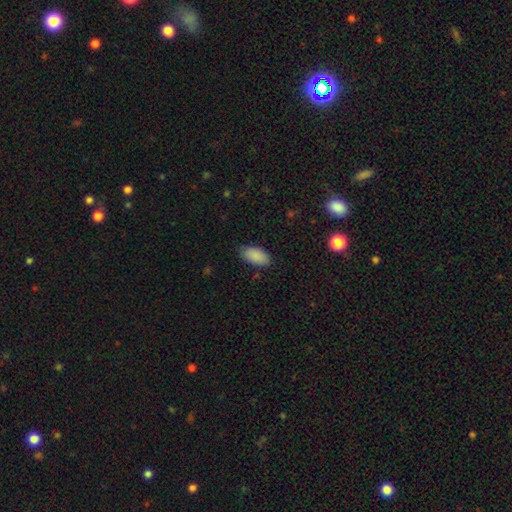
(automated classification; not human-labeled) This appears to be a smooth galaxy with no disk features (89%) that is in between round and cigar-shaped (94%). Merging: none (79%).